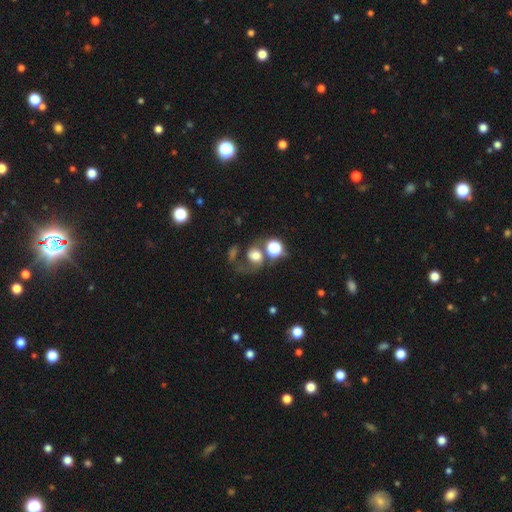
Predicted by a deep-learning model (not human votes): smooth_or_featured: smooth (p=0.53) [alt: featured or disk p=0.31]
how_rounded: round (p=0.66) [alt: in between p=0.33]
merging: none (p=0.31) [alt: major disturbance p=0.29]